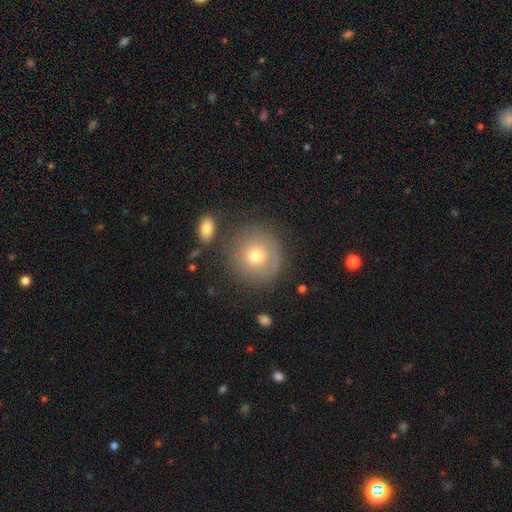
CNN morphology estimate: This appears to be a smooth galaxy with no disk features (61%) that is round (91%). Merging: none (76%).